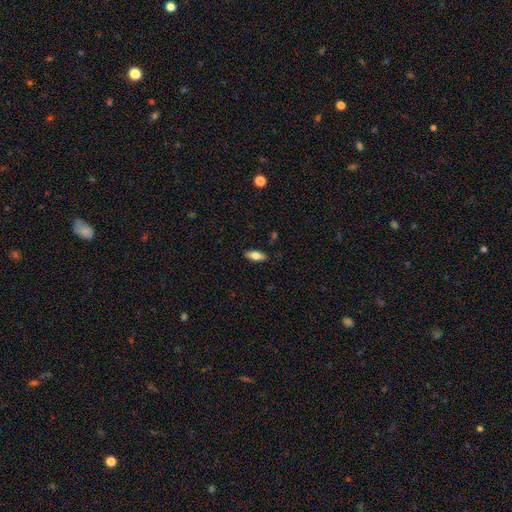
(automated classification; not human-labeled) Overall: smooth (75%). How rounded: in between (81%). Merging: none (87%).